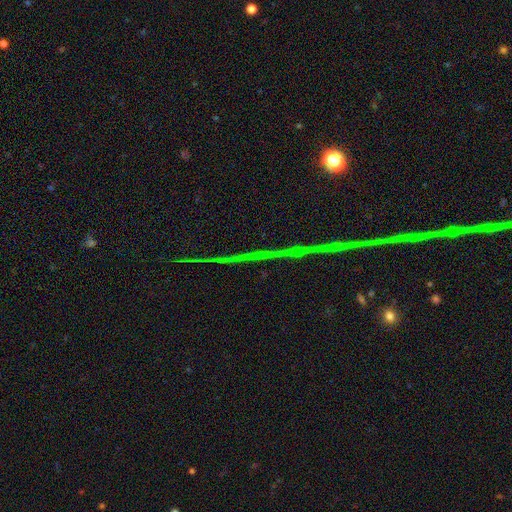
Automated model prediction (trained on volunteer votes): Smooth or featured? star or artifact (80%)